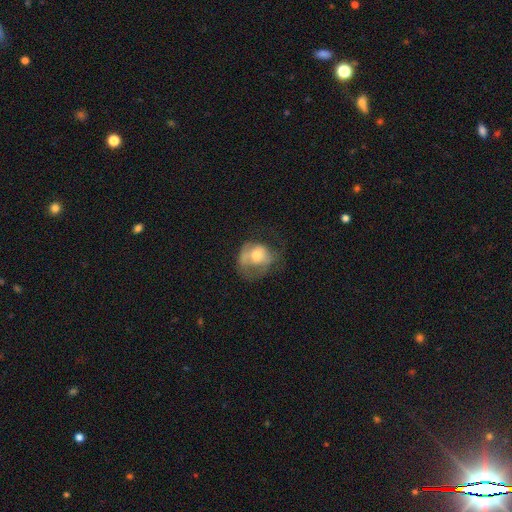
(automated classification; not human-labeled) Smooth or featured?
  - smooth: 54% *
  - featured or disk: 38%
  - star or artifact: 9%
How rounded?
  - round: 57% *
  - in between: 42%
  - cigar-shaped: 1%
Merging?
  - major disturbance: 43% *
  - none: 29%
  - minor disturbance: 24%
  - merger: 4%